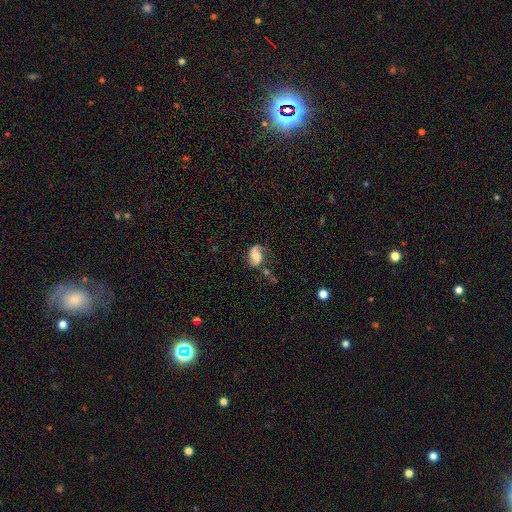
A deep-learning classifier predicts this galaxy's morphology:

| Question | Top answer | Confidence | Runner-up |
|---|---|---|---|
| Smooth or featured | featured or disk | 63% | smooth (29%) |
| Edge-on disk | no | 97% | yes (3%) |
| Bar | no | 55% | weak (35%) |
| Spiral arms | yes | 91% | no (9%) |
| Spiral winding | loose | 48% | medium (37%) |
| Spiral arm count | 2 | 83% | 1 (9%) |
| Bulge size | moderate | 48% | small (27%) |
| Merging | none | 56% | minor disturbance (23%) |